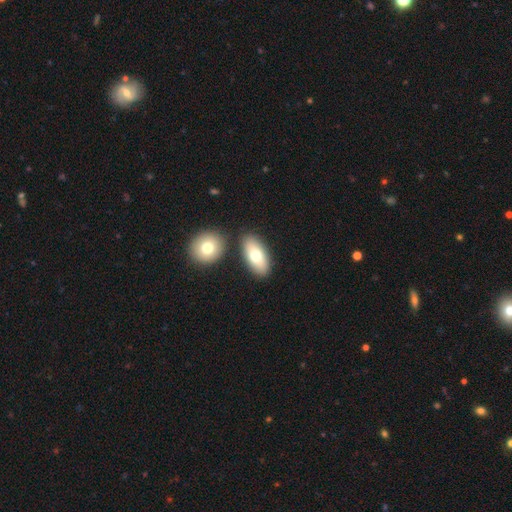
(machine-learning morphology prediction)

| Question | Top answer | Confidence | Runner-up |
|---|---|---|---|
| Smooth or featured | smooth | 72% | featured or disk (21%) |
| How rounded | in between | 88% | cigar-shaped (8%) |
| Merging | none | 77% | merger (12%) |